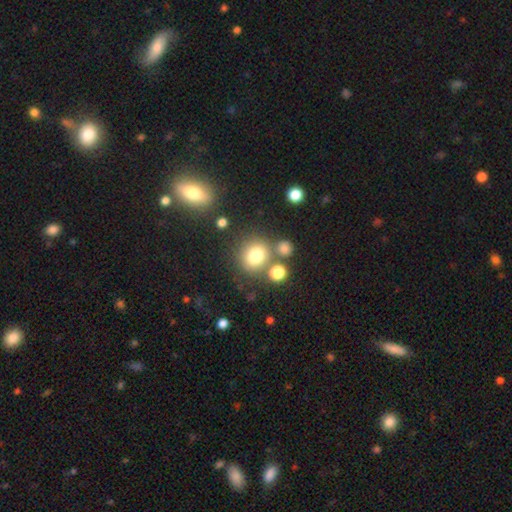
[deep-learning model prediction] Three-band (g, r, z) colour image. It shows a smooth galaxy with no disk features (76%) that is round (77%). Merging: none (68%).